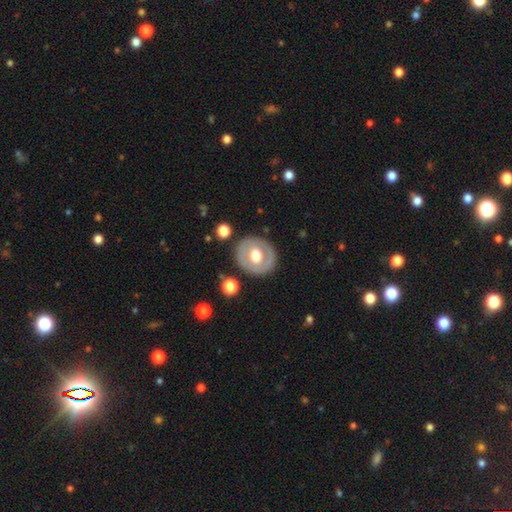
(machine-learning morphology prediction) Smooth or featured: featured or disk — 50% (smooth — 45%)
Merging: none — 83% (minor disturbance — 11%)